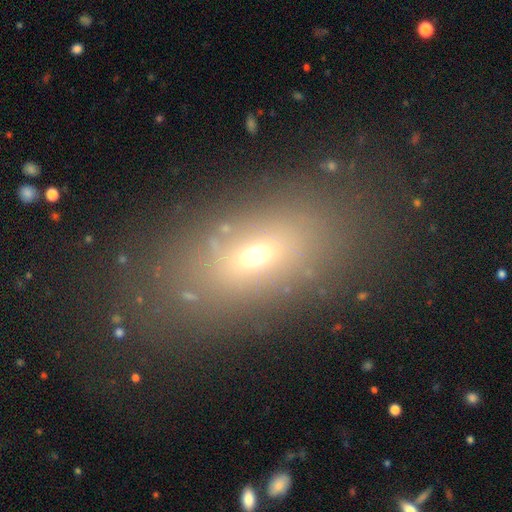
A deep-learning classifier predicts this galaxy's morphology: Q: Smooth or featured?
A: smooth (60%); runner-up: featured or disk (21%)
Q: How rounded?
A: in between (82%); runner-up: round (10%)
Q: Merging?
A: none (78%); runner-up: minor disturbance (12%)